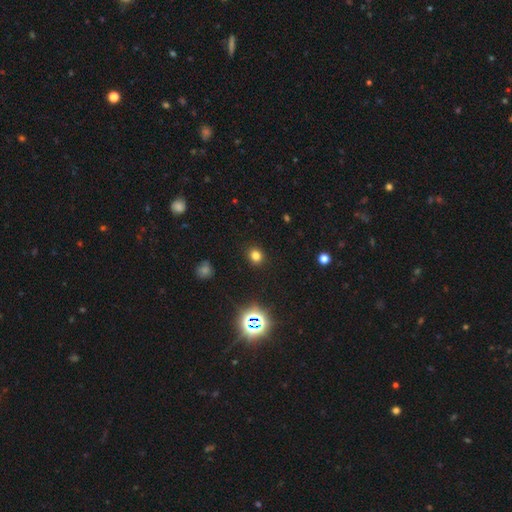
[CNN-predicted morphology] A smooth galaxy with no disk features (76%) that is round (81%).

Vote fractions:
- Smooth or featured? smooth: 76% / star or artifact: 19% / featured or disk: 5%
- How rounded? round: 81% / in between: 18% / cigar-shaped: 1%
- Merging? none: 89% / minor disturbance: 7% / major disturbance: 2% / merger: 1%